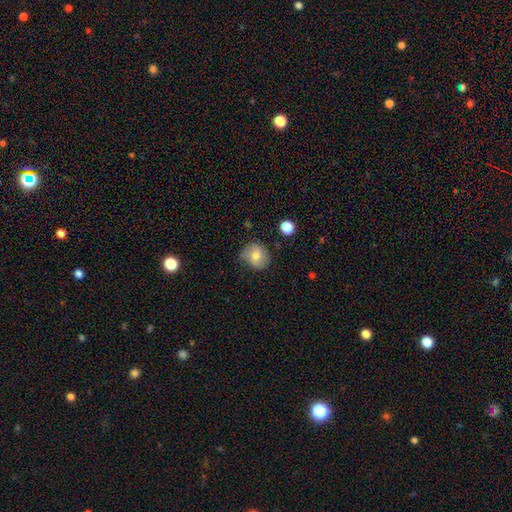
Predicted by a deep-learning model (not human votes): smooth_or_featured: smooth (p=0.65) [alt: featured or disk p=0.25]
how_rounded: round (p=0.75) [alt: in between p=0.23]
merging: none (p=0.70) [alt: minor disturbance p=0.23]